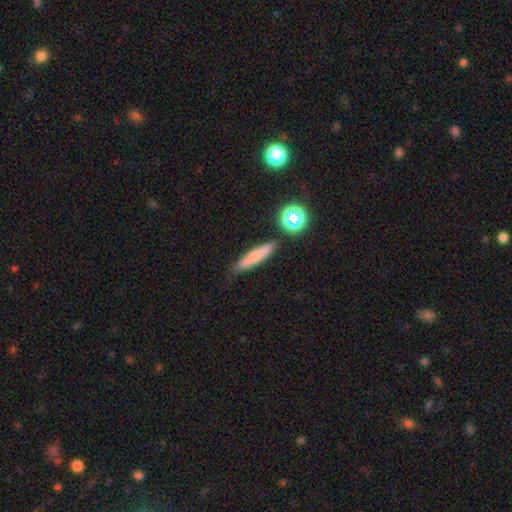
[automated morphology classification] Smooth or featured?
  - smooth: 68% *
  - featured or disk: 21%
  - star or artifact: 11%
How rounded?
  - cigar-shaped: 87% *
  - in between: 10%
  - round: 3%
Merging?
  - none: 79% *
  - minor disturbance: 14%
  - merger: 4%
  - major disturbance: 3%